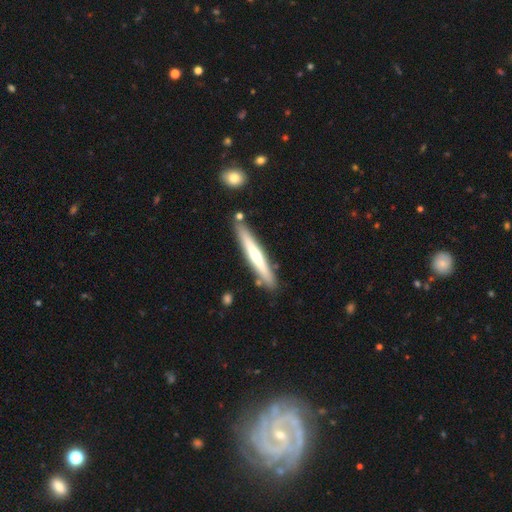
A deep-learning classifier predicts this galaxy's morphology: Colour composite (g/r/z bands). It shows a featured or disk galaxy (51%) viewed edge-on (94%). Merging: none (85%).